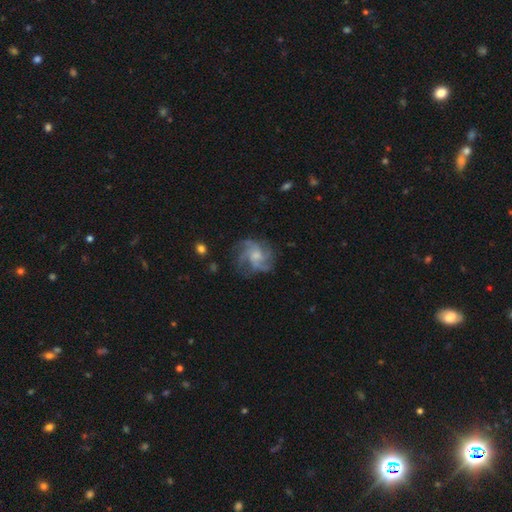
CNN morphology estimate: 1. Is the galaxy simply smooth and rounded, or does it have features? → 77% featured or disk, 15% smooth, 8% star or artifact.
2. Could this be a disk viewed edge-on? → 98% no, 2% yes.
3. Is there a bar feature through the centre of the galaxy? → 68% no, 29% weak, 4% strong.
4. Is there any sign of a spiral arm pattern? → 94% yes, 6% no.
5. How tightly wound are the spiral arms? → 49% medium, 28% tight, 24% loose.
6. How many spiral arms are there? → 34% 4, 21% 3, 19% can't tell, 13% more than 4, 7% 2, 6% 1.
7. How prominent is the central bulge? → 44% moderate, 35% small, 13% none, 7% large, 1% dominant.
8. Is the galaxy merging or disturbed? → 70% none, 17% minor disturbance, 12% major disturbance, 2% merger.